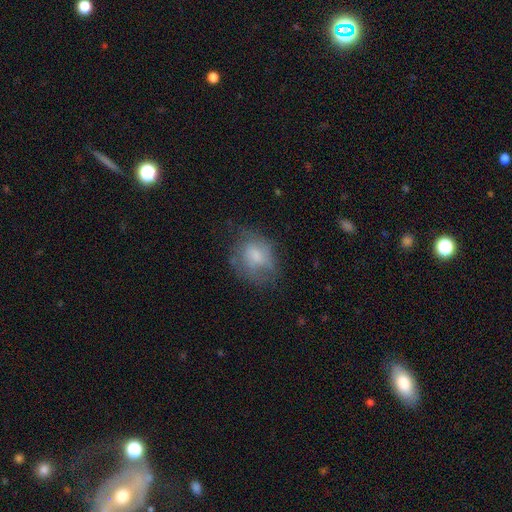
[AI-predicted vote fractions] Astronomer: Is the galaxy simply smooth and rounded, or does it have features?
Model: smooth — 58% (runner-up: featured or disk, 33%).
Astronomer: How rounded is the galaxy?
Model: in between — 57% (runner-up: round, 41%).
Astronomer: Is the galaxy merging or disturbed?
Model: none — 52% (runner-up: minor disturbance, 28%).